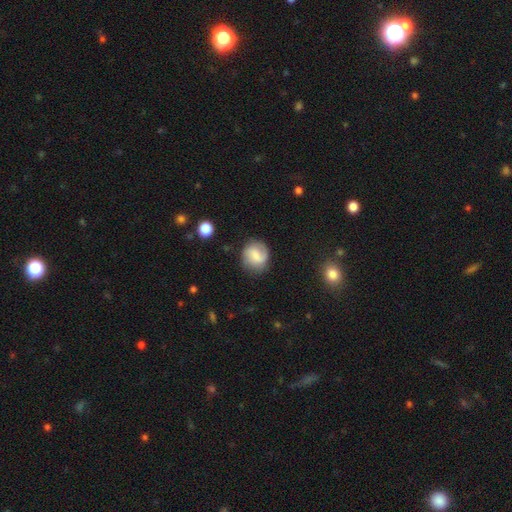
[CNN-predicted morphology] The model was most divided on "smooth or featured": smooth: 57%, featured or disk: 35%, star or artifact: 8%. More confident: how rounded — round (81%); merging — none (76%).